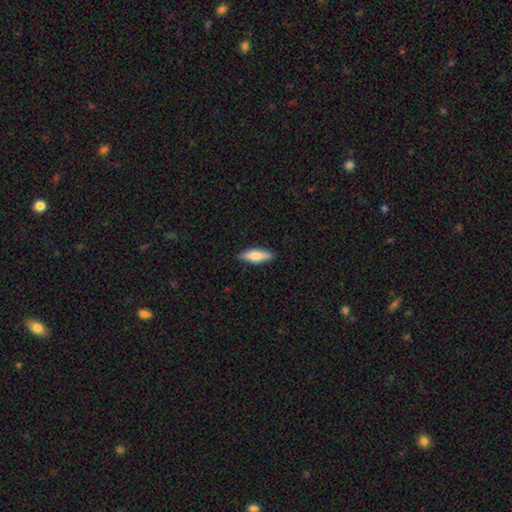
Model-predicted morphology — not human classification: smooth 72%, featured or disk 23%, star or artifact 6%. Down the decision tree: how rounded — cigar-shaped (55%); merging — none (88%).